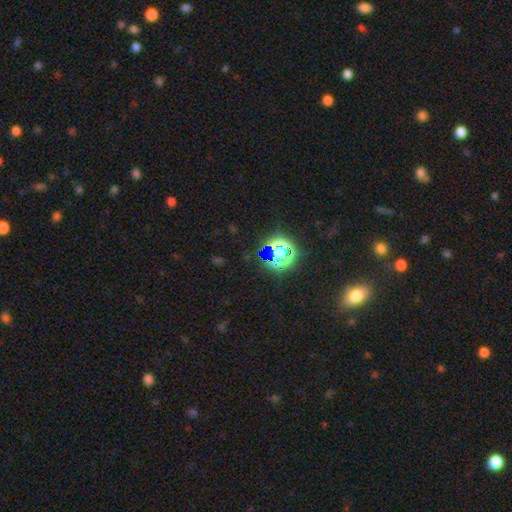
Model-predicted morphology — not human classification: star or artifact 74%, smooth 18%, featured or disk 8%.